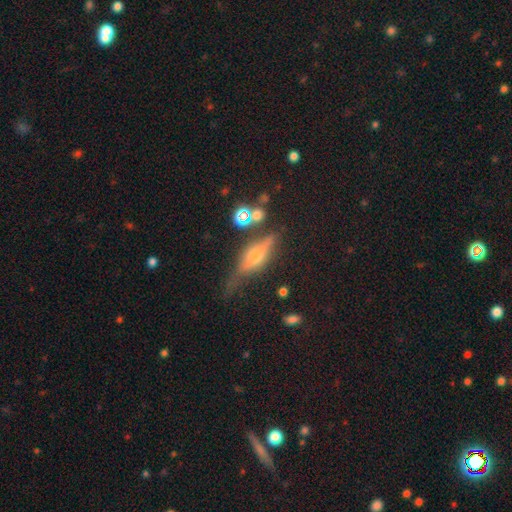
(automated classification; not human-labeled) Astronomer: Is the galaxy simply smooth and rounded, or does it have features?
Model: featured or disk — 66%.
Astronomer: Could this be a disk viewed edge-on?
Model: yes — 91%.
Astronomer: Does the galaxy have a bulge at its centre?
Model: rounded — 84%.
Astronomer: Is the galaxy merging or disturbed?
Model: none — 61%.